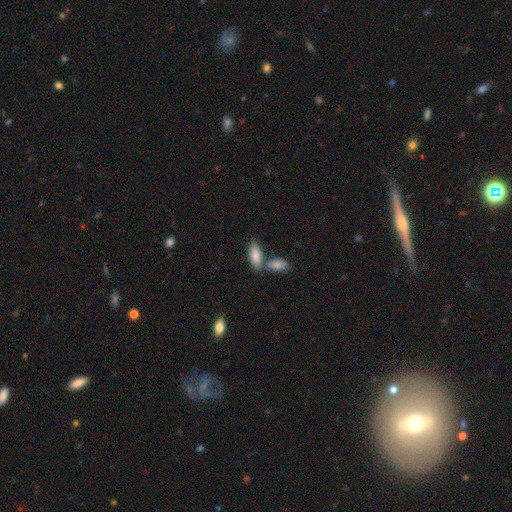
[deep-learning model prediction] Smooth or featured?
  - smooth: 85% *
  - featured or disk: 9%
  - star or artifact: 6%
How rounded?
  - in between: 81% *
  - cigar-shaped: 17%
  - round: 2%
Merging?
  - none: 51% *
  - merger: 36%
  - minor disturbance: 10%
  - major disturbance: 3%